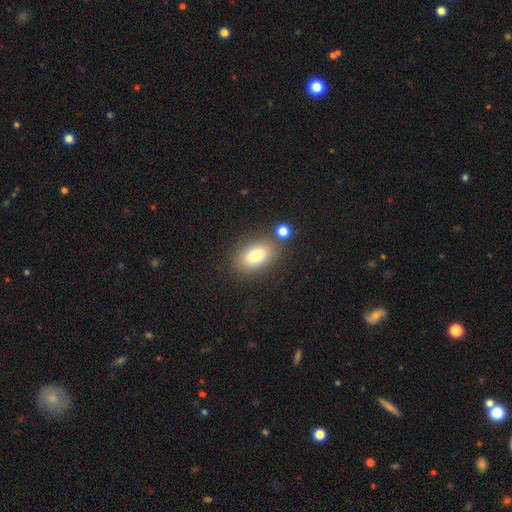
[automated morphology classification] This appears to be a smooth galaxy with no disk features (78%) that is in between round and cigar-shaped (84%). Merging: none (75%).